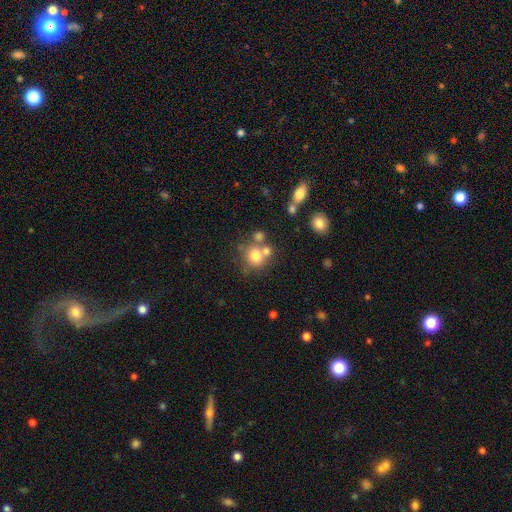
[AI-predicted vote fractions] Smooth or featured? Predicted: smooth (p=0.72). How rounded? Predicted: round (p=0.84). Merging? Predicted: none (p=0.52).